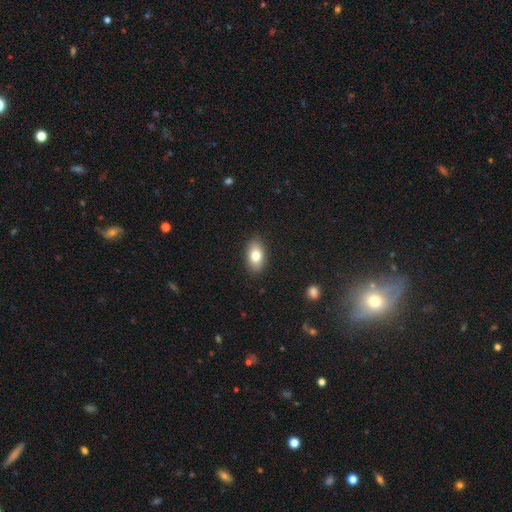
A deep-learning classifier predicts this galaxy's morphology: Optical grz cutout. It shows a smooth galaxy with no disk features (79%) that is in between round and cigar-shaped (90%). Merging: none (88%).